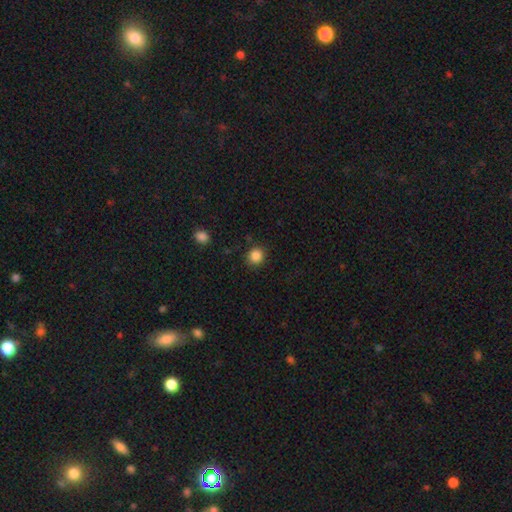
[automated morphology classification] The model was most divided on "how rounded": round: 85%, in between: 15%, cigar-shaped: 1%. More confident: merging — none (86%); smooth or featured — smooth (86%).